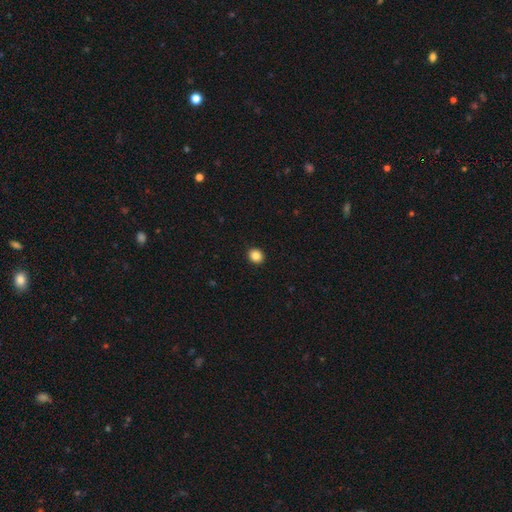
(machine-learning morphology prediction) Smooth or featured: smooth — 85% (star or artifact — 10%)
How rounded: round — 76% (in between — 23%)
Merging: none — 92% (minor disturbance — 5%)